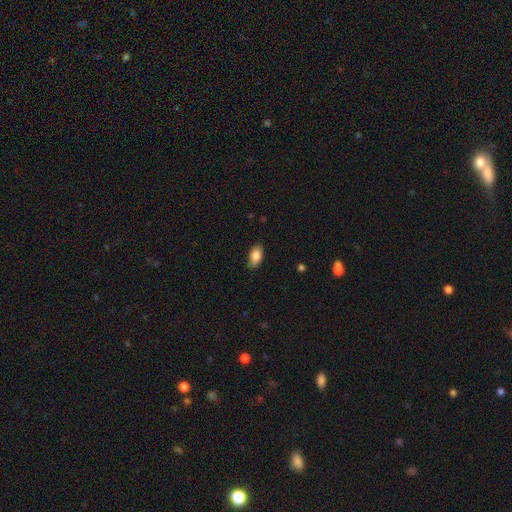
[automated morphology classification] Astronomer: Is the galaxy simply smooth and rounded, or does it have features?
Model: smooth — 87%.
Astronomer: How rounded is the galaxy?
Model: in between — 93%.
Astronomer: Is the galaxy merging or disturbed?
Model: none — 86%.